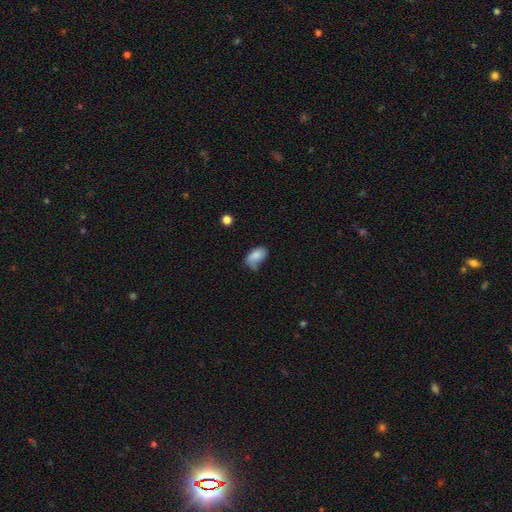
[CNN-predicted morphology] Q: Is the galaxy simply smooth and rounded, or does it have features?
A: smooth — 80%.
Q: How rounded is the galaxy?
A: in between — 92%.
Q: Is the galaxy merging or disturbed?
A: none — 43%.